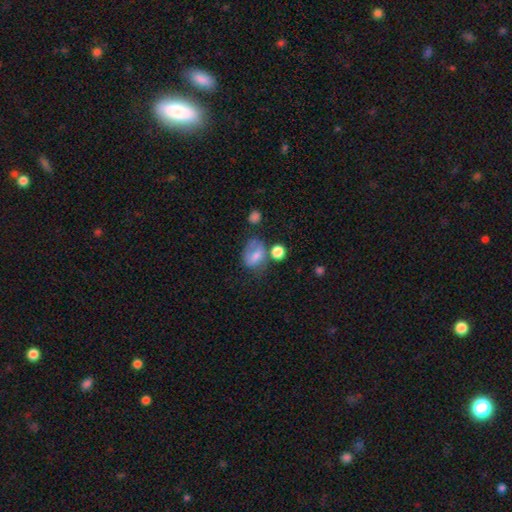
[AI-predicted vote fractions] smooth 64%, featured or disk 25%, star or artifact 11%. Down the decision tree: how rounded — in between (67%); merging — none (38%).